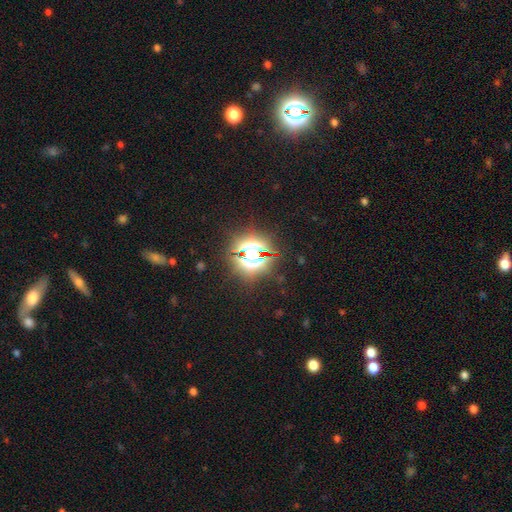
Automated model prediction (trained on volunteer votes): Smooth or featured? Predicted: star or artifact (p=0.70).